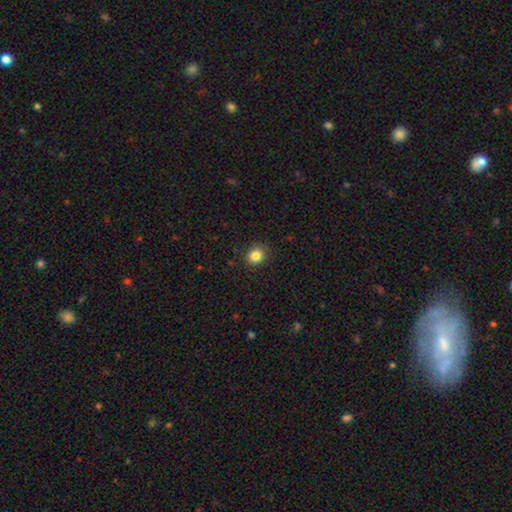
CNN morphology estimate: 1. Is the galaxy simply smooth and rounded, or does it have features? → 84% smooth, 11% star or artifact, 5% featured or disk.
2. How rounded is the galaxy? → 77% round, 22% in between, 1% cigar-shaped.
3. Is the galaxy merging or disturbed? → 89% none, 8% minor disturbance, 2% major disturbance, 1% merger.